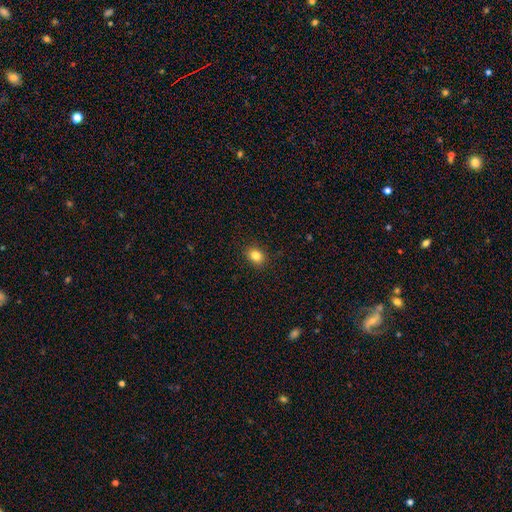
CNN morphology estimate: Overall: smooth (83%). How rounded: round (51%; in between 48%). Merging: none (89%).